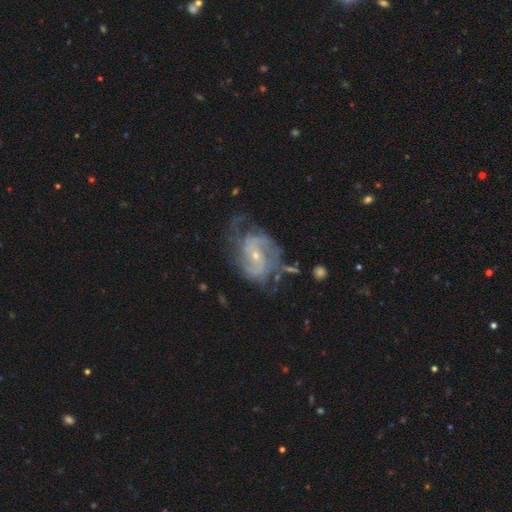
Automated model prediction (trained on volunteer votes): Smooth or featured? Predicted: featured or disk (p=0.87). Edge-on disk? Predicted: no (p=0.97). Bar? Predicted: no (p=0.48). Spiral arms? Predicted: yes (p=0.95). Spiral winding? Predicted: medium (p=0.47). Spiral arm count? Predicted: 2 (p=0.58). Bulge size? Predicted: small (p=0.69). Merging? Predicted: none (p=0.55).